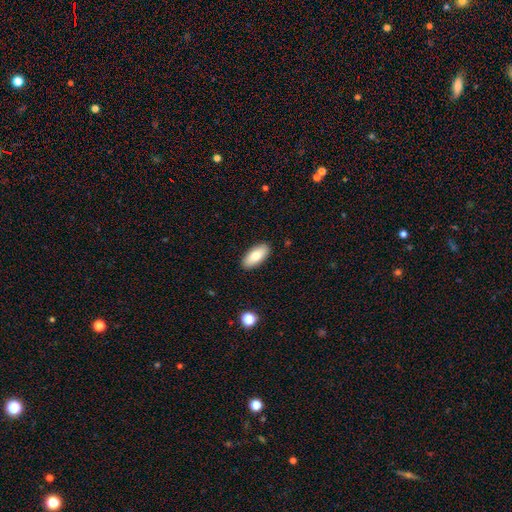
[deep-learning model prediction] The model was most divided on "smooth or featured": smooth: 77%, featured or disk: 16%, star or artifact: 6%. More confident: merging — none (90%); how rounded — in between (87%).